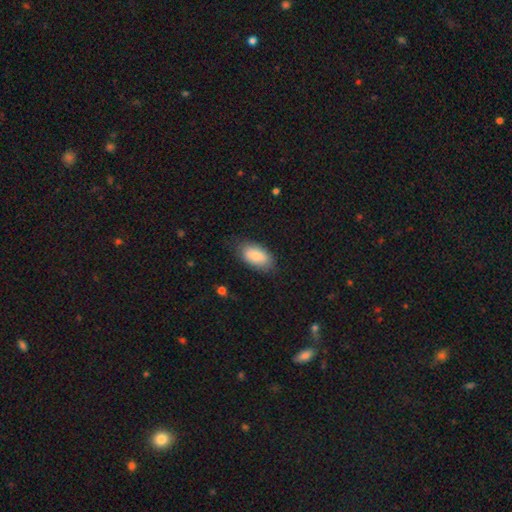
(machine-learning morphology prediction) smooth-or-featured: smooth: 85% | featured or disk: 8% | star or artifact: 6%
  how-rounded: in between: 94% | cigar-shaped: 3% | round: 3%
  merging: none: 76% | minor disturbance: 18% | major disturbance: 5% | merger: 1%